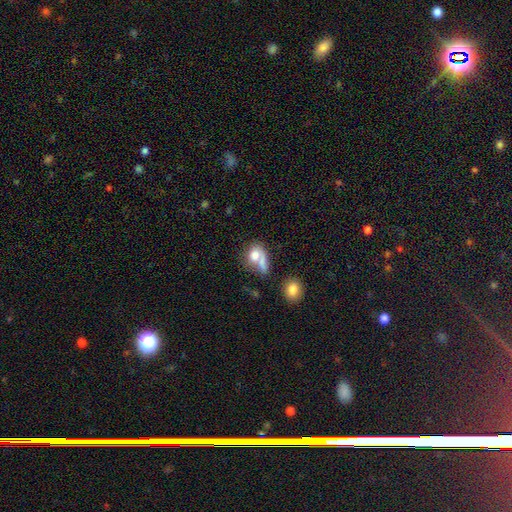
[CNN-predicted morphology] Q: Smooth or featured?
A: smooth (73%); runner-up: featured or disk (18%)
Q: How rounded?
A: in between (54%); runner-up: round (43%)
Q: Merging?
A: merger (46%); runner-up: none (28%)